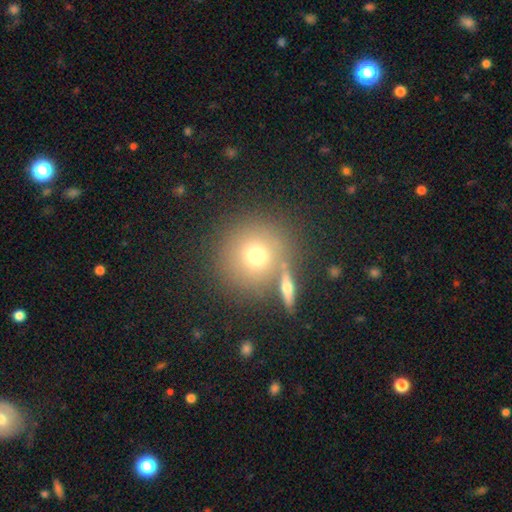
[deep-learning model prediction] A smooth galaxy with no disk features (70%) that is round (91%).

Vote fractions:
- Smooth or featured? smooth: 70% / featured or disk: 17% / star or artifact: 13%
- How rounded? round: 91% / in between: 7% / cigar-shaped: 1%
- Merging? none: 72% / merger: 14% / minor disturbance: 10% / major disturbance: 4%